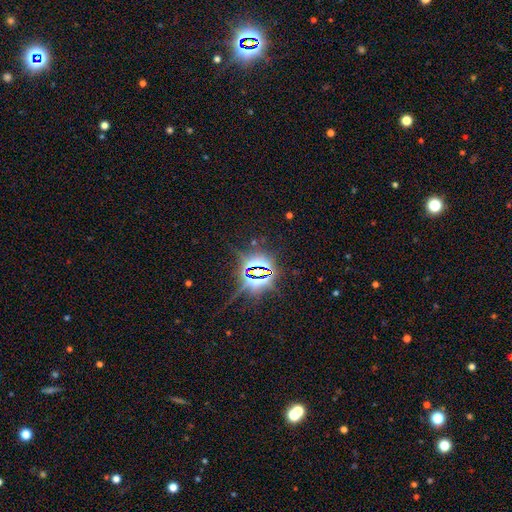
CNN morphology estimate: This appears to be a star or artifact, not a galaxy (85%).